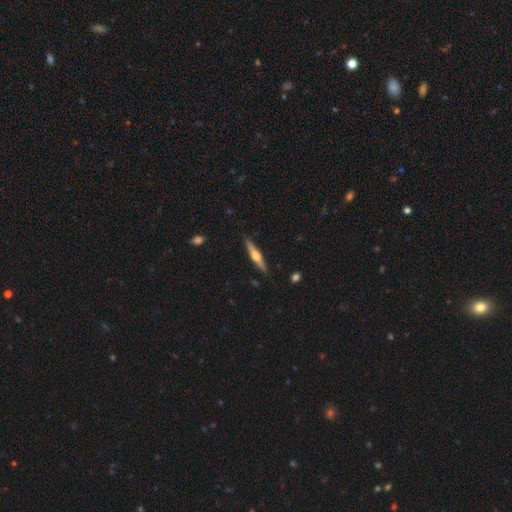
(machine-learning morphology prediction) This appears to be a featured or disk galaxy (65%) viewed edge-on (97%) with a rounded central bulge (90%). Merging: none (89%).